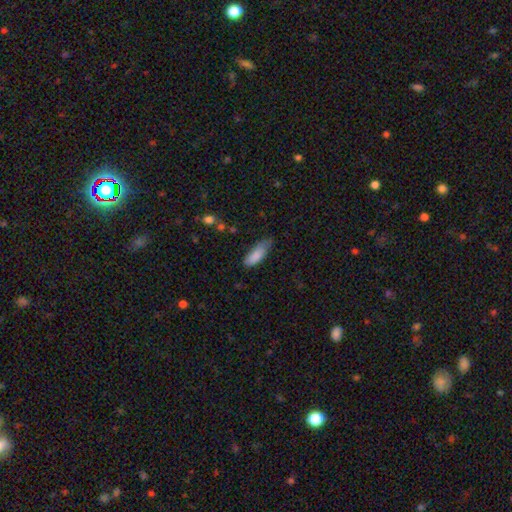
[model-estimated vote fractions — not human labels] smooth 85%, featured or disk 8%, star or artifact 6%. Down the decision tree: how rounded — in between (64%); merging — none (54%).